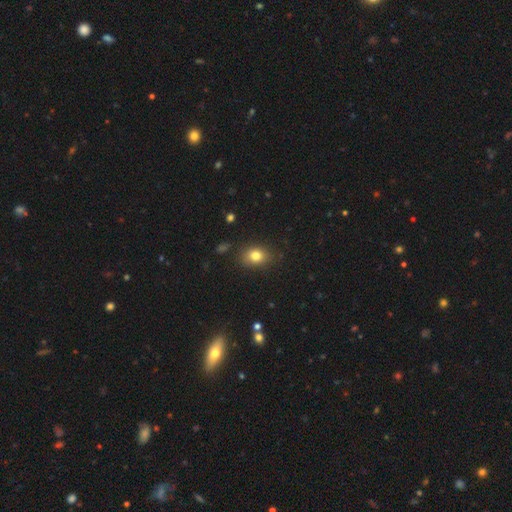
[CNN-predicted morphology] smooth_or_featured: smooth (p=0.80) [alt: star or artifact p=0.12]
how_rounded: in between (p=0.58) [alt: round p=0.41]
merging: none (p=0.83) [alt: minor disturbance p=0.12]